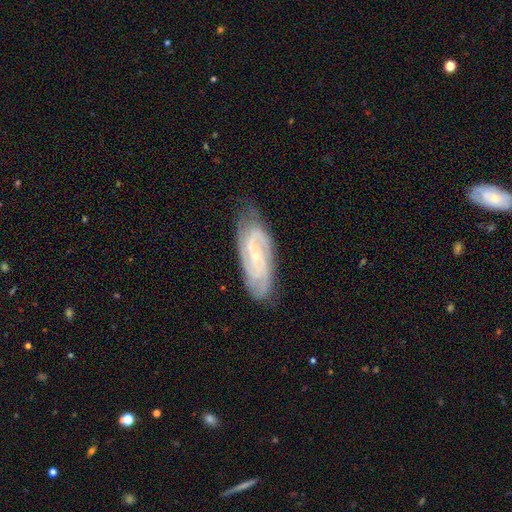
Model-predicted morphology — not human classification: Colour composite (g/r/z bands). It shows a featured or disk galaxy (82%) with no bar (56%), 2 (35%) tight (52%) spiral arms (95%) and a small central bulge (77%). Merging: none (73%).